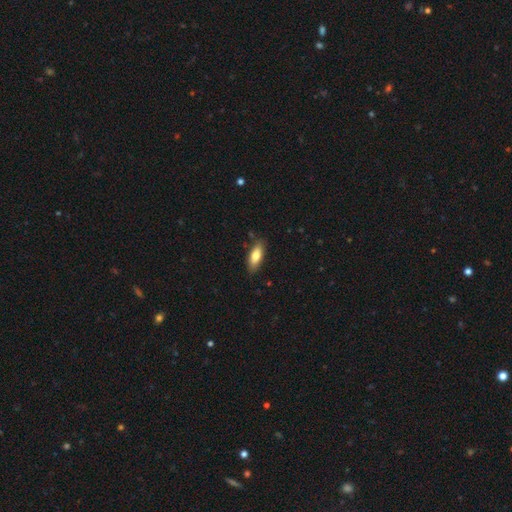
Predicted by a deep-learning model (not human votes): This appears to be a smooth galaxy with no disk features (76%) that is in between round and cigar-shaped (73%). Merging: none (84%).